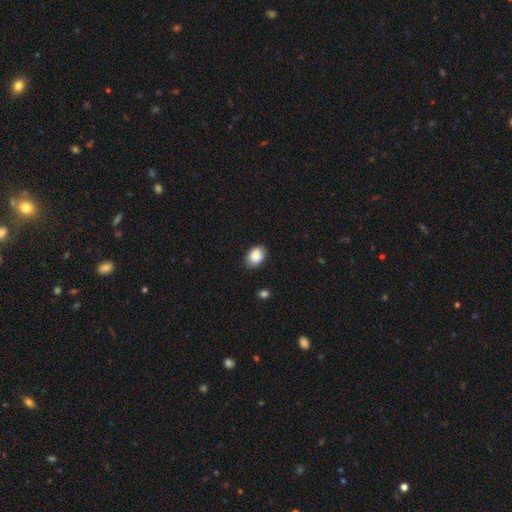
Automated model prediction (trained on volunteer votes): Smooth or featured?
  - smooth: 88% *
  - star or artifact: 7%
  - featured or disk: 4%
How rounded?
  - in between: 76% *
  - round: 23%
  - cigar-shaped: 1%
Merging?
  - none: 85% *
  - minor disturbance: 12%
  - major disturbance: 2%
  - merger: 1%